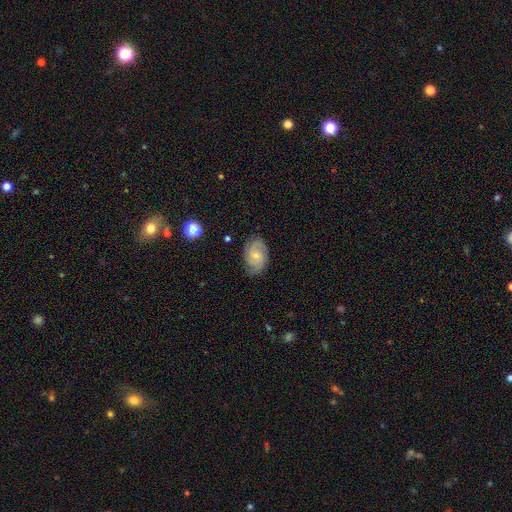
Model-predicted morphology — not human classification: The model was most divided on "spiral winding": tight: 45%, medium: 43%, loose: 12%. Remaining: edge-on disk — no (97%); spiral arms — yes (95%); merging — none (77%); smooth or featured — featured or disk (72%); bulge size — small (68%); bar — no (63%); spiral arm count — 2 (44%).